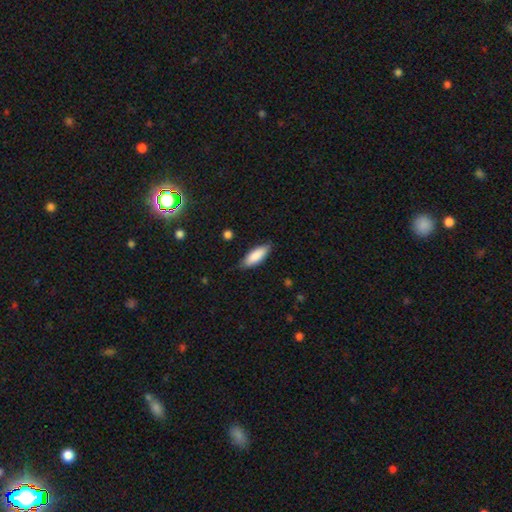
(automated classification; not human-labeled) smooth-or-featured: smooth: 85% | featured or disk: 9% | star or artifact: 6%
  how-rounded: in between: 70% | cigar-shaped: 28% | round: 2%
  merging: none: 81% | minor disturbance: 16% | major disturbance: 3% | merger: 1%